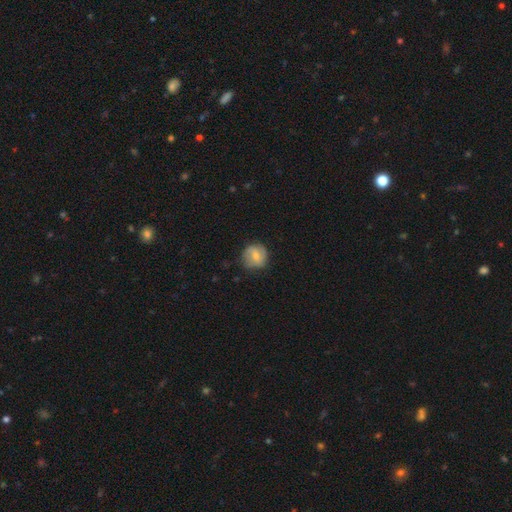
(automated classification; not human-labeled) Smooth or featured?
  - smooth: 62% *
  - featured or disk: 31%
  - star or artifact: 8%
How rounded?
  - round: 87% *
  - in between: 12%
  - cigar-shaped: 1%
Merging?
  - none: 73% *
  - minor disturbance: 20%
  - major disturbance: 5%
  - merger: 1%